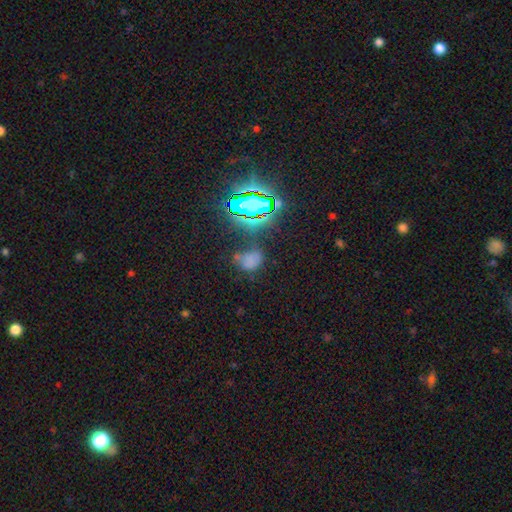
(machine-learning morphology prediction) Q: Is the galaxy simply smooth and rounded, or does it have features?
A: smooth — 46%.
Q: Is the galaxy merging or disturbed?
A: none — 50%.